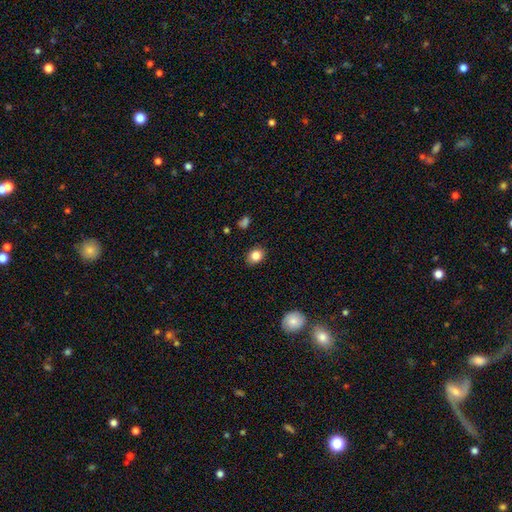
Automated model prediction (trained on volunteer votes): Smooth or featured? Predicted: smooth (p=0.84). How rounded? Predicted: in between (p=0.56). Merging? Predicted: none (p=0.87).